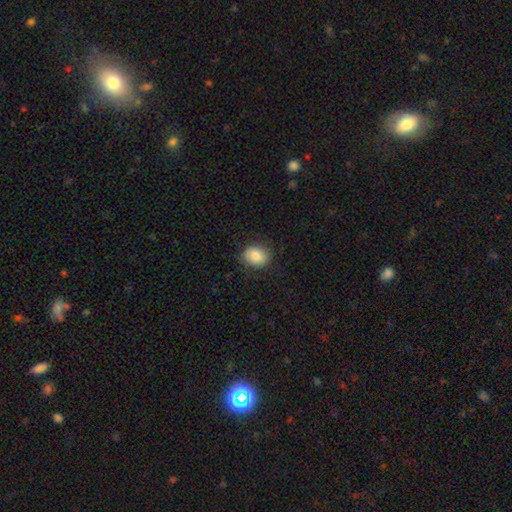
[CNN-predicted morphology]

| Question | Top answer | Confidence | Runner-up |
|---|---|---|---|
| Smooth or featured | smooth | 83% | featured or disk (9%) |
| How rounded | round | 54% | in between (45%) |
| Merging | none | 83% | minor disturbance (13%) |